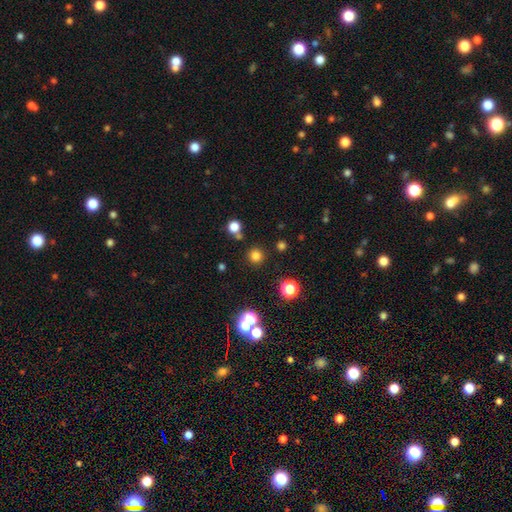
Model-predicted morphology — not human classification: smooth_or_featured: smooth (p=0.75) [alt: star or artifact p=0.20]
how_rounded: round (p=0.94) [alt: in between p=0.05]
merging: none (p=0.85) [alt: minor disturbance p=0.06]